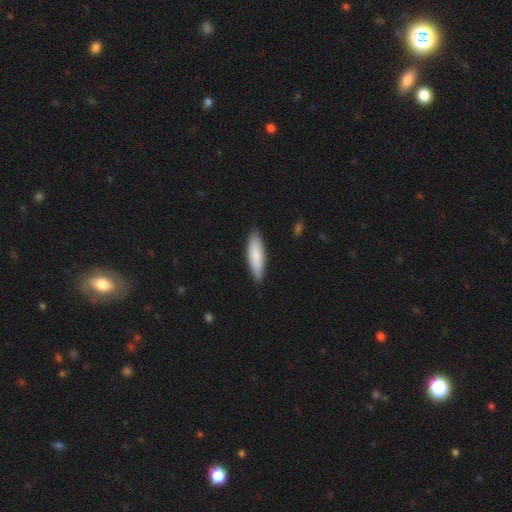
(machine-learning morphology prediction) Smooth or featured: smooth — 83% (featured or disk — 12%)
How rounded: cigar-shaped — 53% (in between — 45%)
Merging: none — 85% (minor disturbance — 12%)